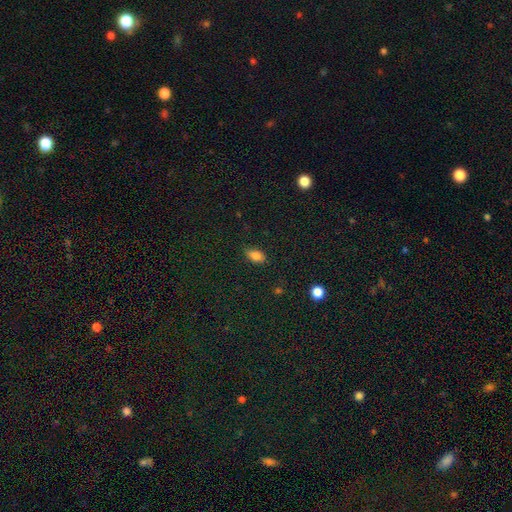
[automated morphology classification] smooth-or-featured: smooth: 82% | star or artifact: 10% | featured or disk: 8%
  how-rounded: in between: 87% | round: 9% | cigar-shaped: 4%
  merging: none: 79% | minor disturbance: 16% | major disturbance: 3% | merger: 1%